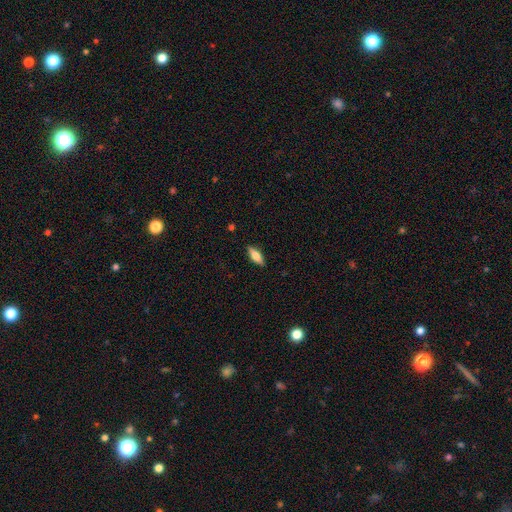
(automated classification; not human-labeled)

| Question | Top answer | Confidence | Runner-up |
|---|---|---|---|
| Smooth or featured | smooth | 65% | featured or disk (29%) |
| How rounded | in between | 65% | cigar-shaped (32%) |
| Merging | none | 88% | minor disturbance (9%) |